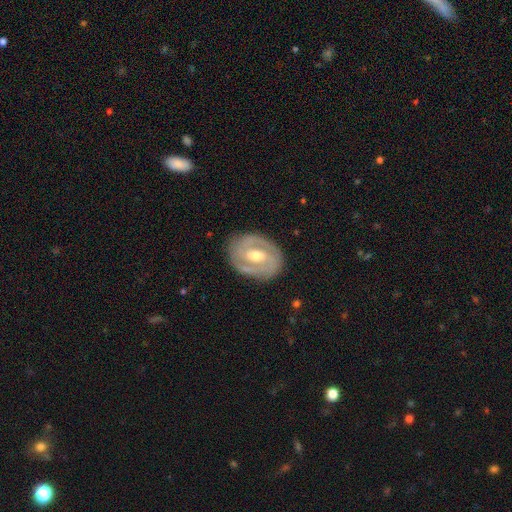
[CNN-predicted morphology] This appears to be a featured or disk galaxy (83%) with a weak bar (44%), 2 (77%) tight (59%) spiral arms (85%) and a moderate central bulge (66%). Merging: none (83%).